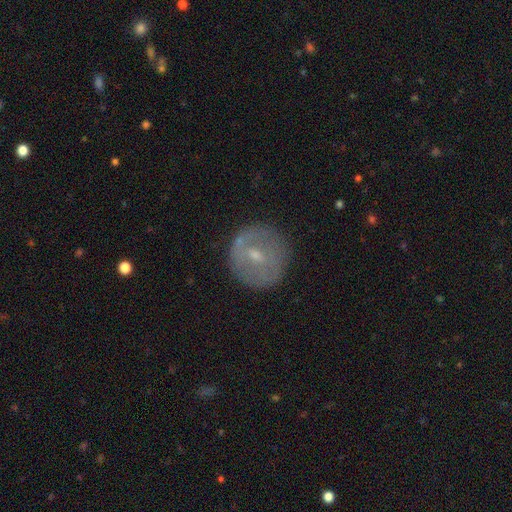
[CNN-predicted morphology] The model was most divided on "smooth or featured": featured or disk: 49%, smooth: 41%, star or artifact: 10%. More confident: merging — none (81%).